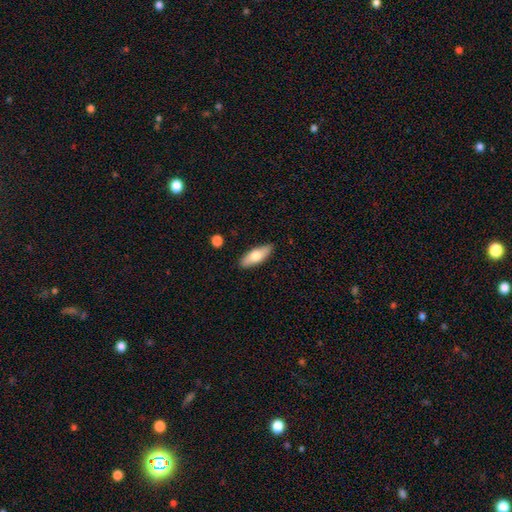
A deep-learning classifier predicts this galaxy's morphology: Smooth or featured? smooth (70%)
How rounded? in between (65%)
Merging? none (87%)